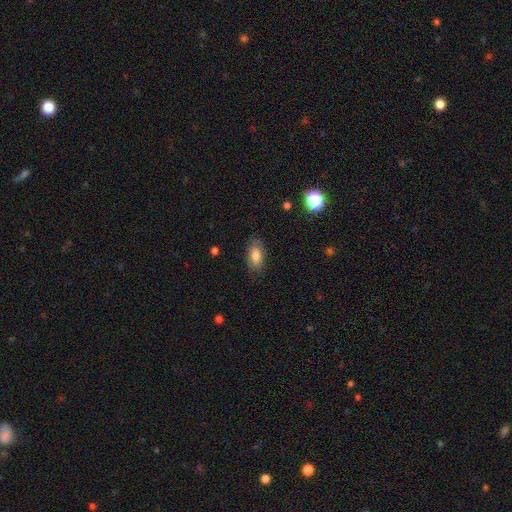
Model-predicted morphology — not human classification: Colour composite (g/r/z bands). It shows a smooth galaxy with no disk features (82%) that is in between round and cigar-shaped (90%). Merging: none (83%).